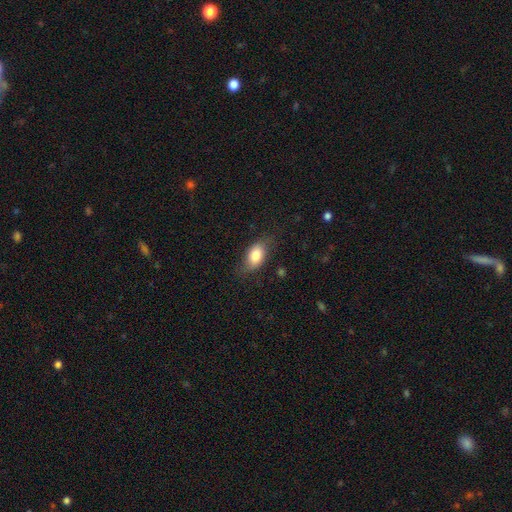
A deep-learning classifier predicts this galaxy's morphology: A smooth galaxy with no disk features (77%) that is in between round and cigar-shaped (88%). Merging: none (71%).